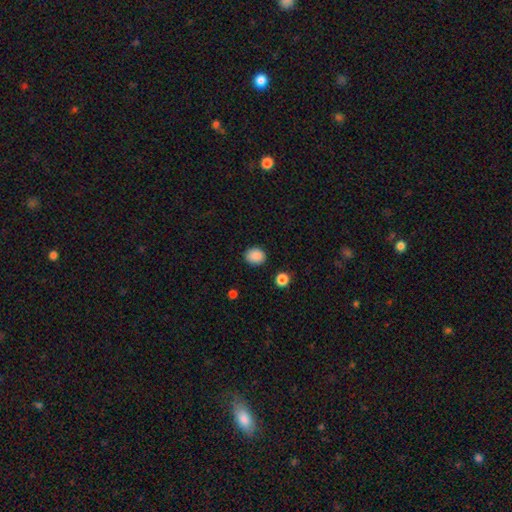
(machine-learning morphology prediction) Smooth or featured: smooth — 88% (star or artifact — 9%)
How rounded: round — 66% (in between — 33%)
Merging: none — 87% (minor disturbance — 9%)